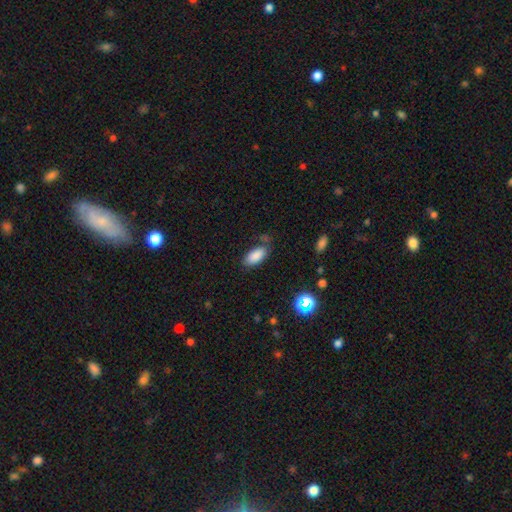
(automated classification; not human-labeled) Smooth or featured? smooth (86%)
How rounded? in between (92%)
Merging? none (69%)